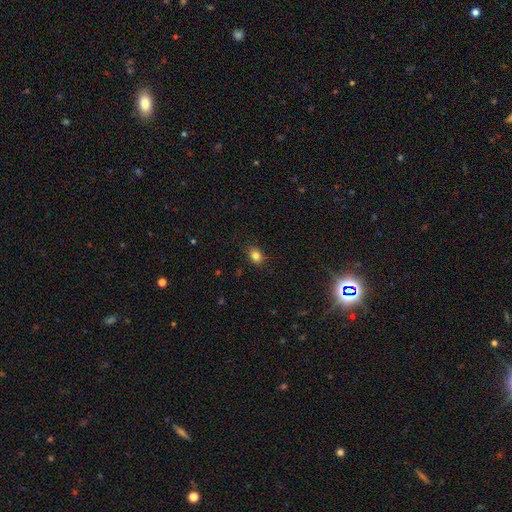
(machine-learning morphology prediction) This is clearly a smooth galaxy (83%). How rounded: likely in between (67%). Merging: clearly none (86%).